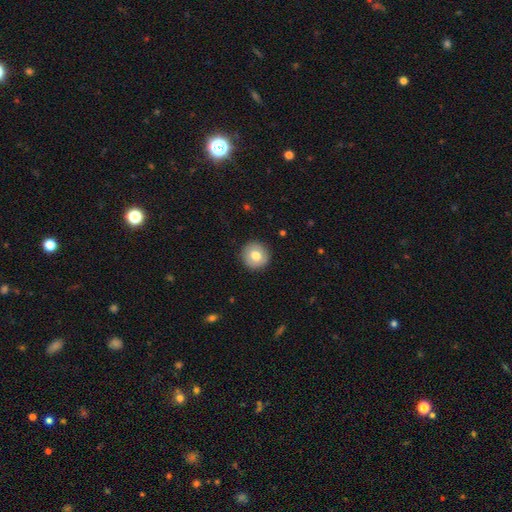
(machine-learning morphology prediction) A smooth galaxy with no disk features (76%) that is round (94%). Merging: none (91%).